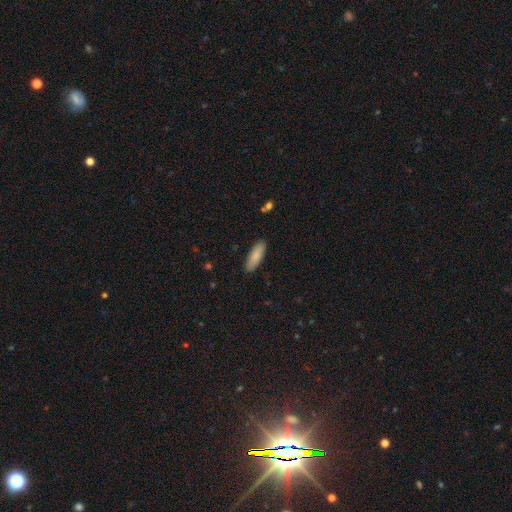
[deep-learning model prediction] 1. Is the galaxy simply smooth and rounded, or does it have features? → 86% smooth, 8% featured or disk, 6% star or artifact.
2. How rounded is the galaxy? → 53% in between, 46% cigar-shaped, 2% round.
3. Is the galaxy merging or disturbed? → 89% none, 8% minor disturbance, 2% major disturbance, 1% merger.